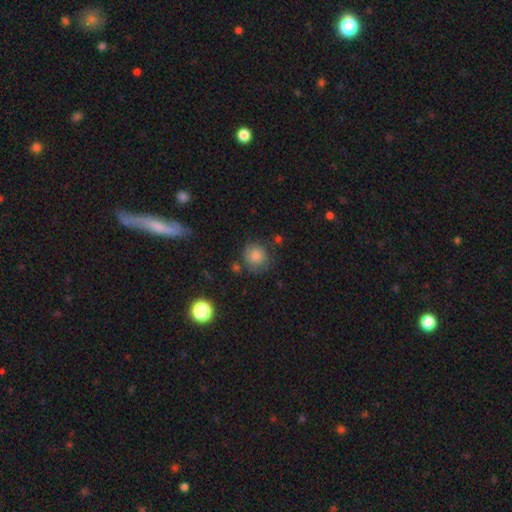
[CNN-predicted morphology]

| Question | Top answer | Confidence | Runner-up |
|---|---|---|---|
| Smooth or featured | smooth | 73% | featured or disk (14%) |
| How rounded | round | 87% | in between (12%) |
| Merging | none | 71% | minor disturbance (19%) |